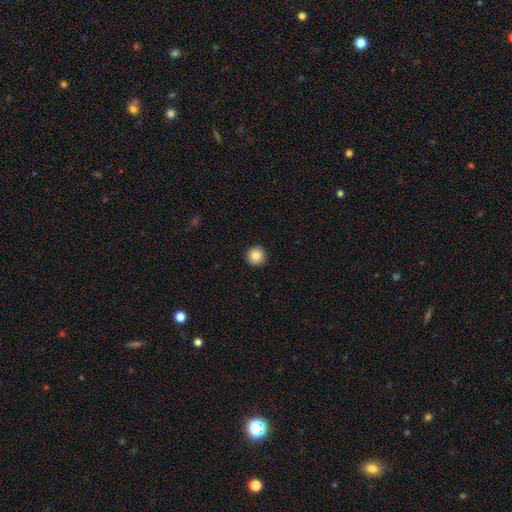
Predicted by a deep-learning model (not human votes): A smooth galaxy with no disk features (87%) that is round (96%). Merging: none (93%).